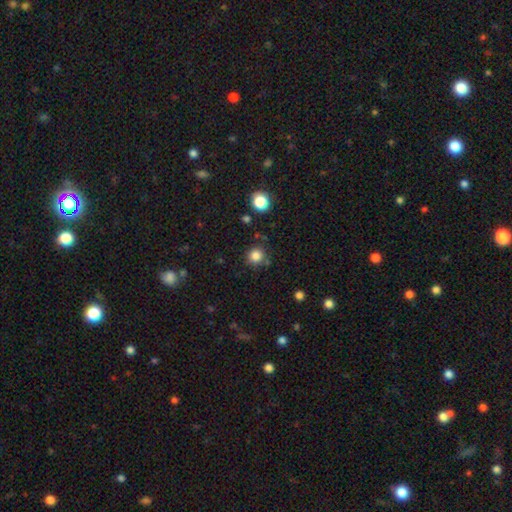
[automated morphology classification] Smooth or featured: smooth — 83% (star or artifact — 12%)
How rounded: round — 91% (in between — 8%)
Merging: none — 82% (minor disturbance — 10%)